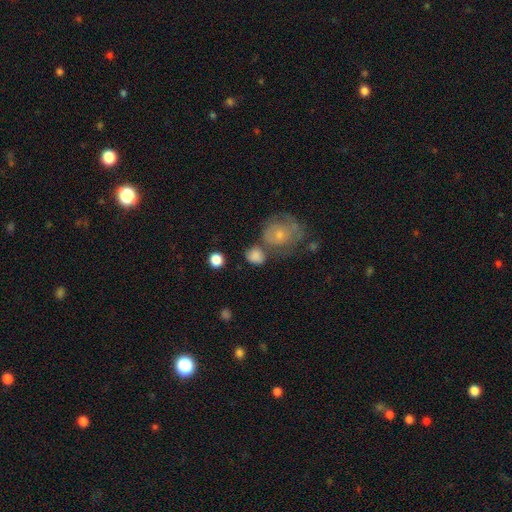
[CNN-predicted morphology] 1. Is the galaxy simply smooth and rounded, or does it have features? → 79% smooth, 12% featured or disk, 9% star or artifact.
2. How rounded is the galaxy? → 71% round, 28% in between, 1% cigar-shaped.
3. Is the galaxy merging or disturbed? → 53% none, 22% merger, 16% minor disturbance, 9% major disturbance.